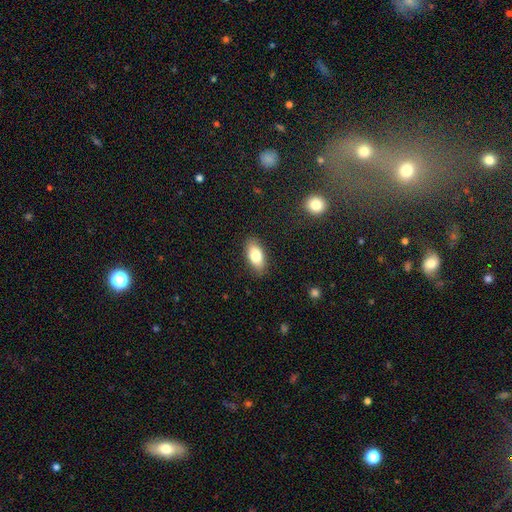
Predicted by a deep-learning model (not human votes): This appears to be a smooth galaxy with no disk features (82%) that is in between round and cigar-shaped (89%). Merging: none (87%).